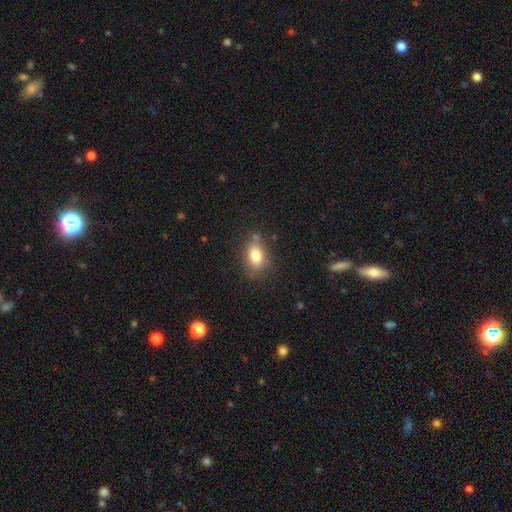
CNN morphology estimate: The model was most divided on "merging": none: 70%, minor disturbance: 20%, major disturbance: 5%, merger: 4%. More confident: smooth or featured — smooth (81%); how rounded — in between (79%).